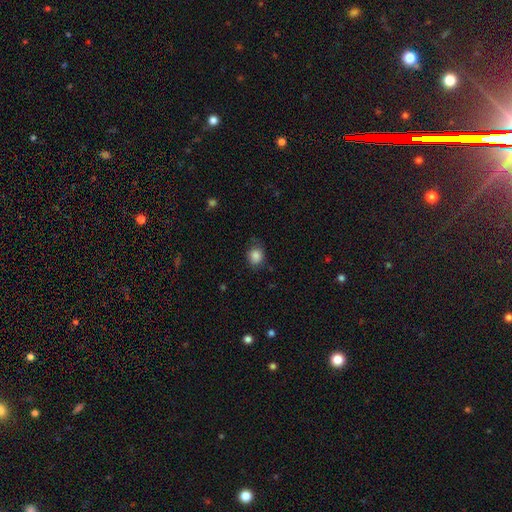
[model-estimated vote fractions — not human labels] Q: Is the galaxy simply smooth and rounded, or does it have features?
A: smooth — 85%.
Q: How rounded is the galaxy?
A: round — 67%.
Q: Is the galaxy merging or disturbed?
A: none — 69%.